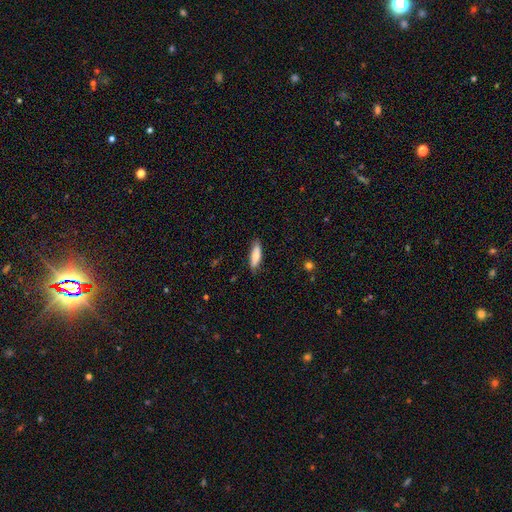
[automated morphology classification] smooth-or-featured: smooth: 79% | featured or disk: 15% | star or artifact: 6%
  how-rounded: in between: 51% | cigar-shaped: 47% | round: 2%
  merging: none: 84% | minor disturbance: 13% | major disturbance: 2% | merger: 1%